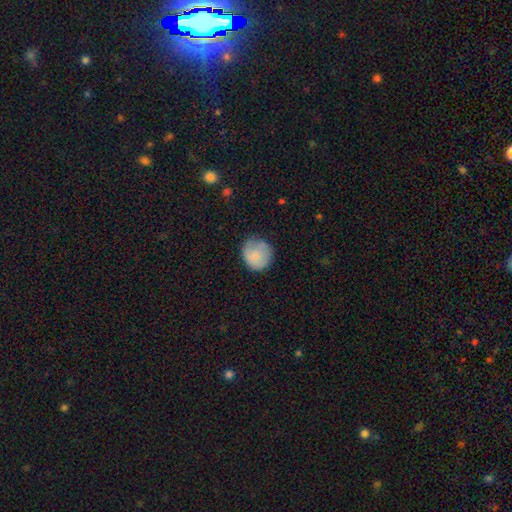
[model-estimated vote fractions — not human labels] smooth-or-featured: smooth: 78% | featured or disk: 15% | star or artifact: 7%
  how-rounded: round: 87% | in between: 12% | cigar-shaped: 1%
  merging: none: 69% | minor disturbance: 24% | major disturbance: 6% | merger: 1%